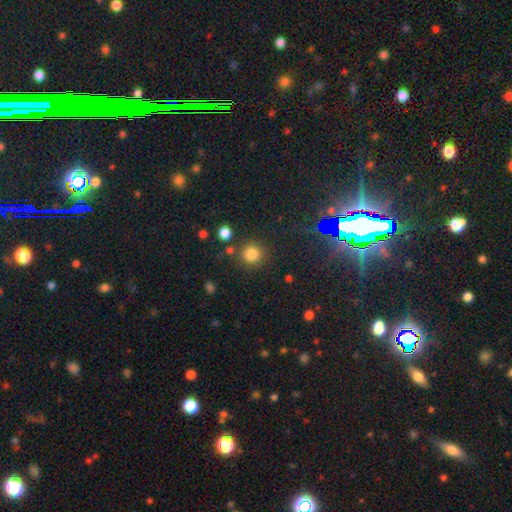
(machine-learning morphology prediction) Smooth or featured? smooth (61%)
How rounded? round (94%)
Merging? none (87%)